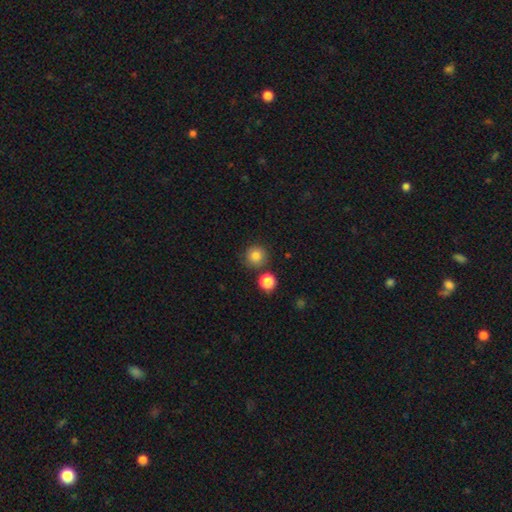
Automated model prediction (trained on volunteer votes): smooth_or_featured: smooth (p=0.83) [alt: star or artifact p=0.12]
how_rounded: round (p=0.94) [alt: in between p=0.05]
merging: none (p=0.82) [alt: minor disturbance p=0.08]